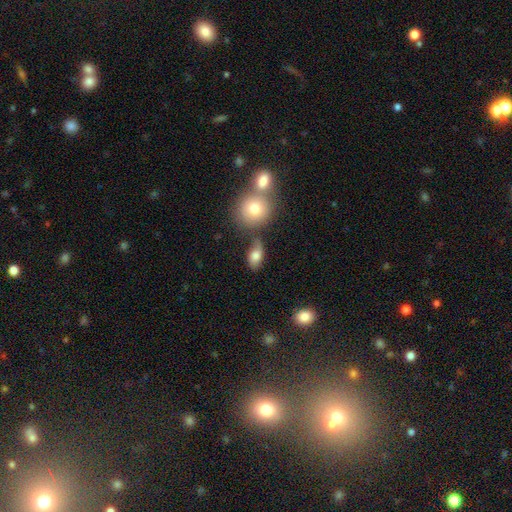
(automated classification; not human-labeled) This is likely a smooth galaxy (77%). How rounded: clearly in between (80%). Merging: possibly none (54%).